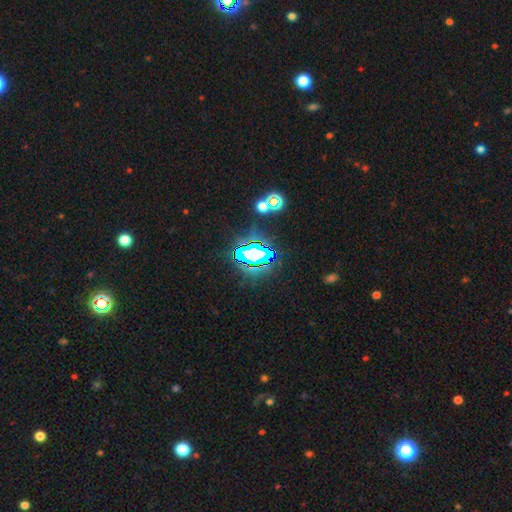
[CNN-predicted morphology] A star or artifact, not a galaxy (65%).

Vote fractions:
- Smooth or featured? star or artifact: 65% / smooth: 19% / featured or disk: 16%